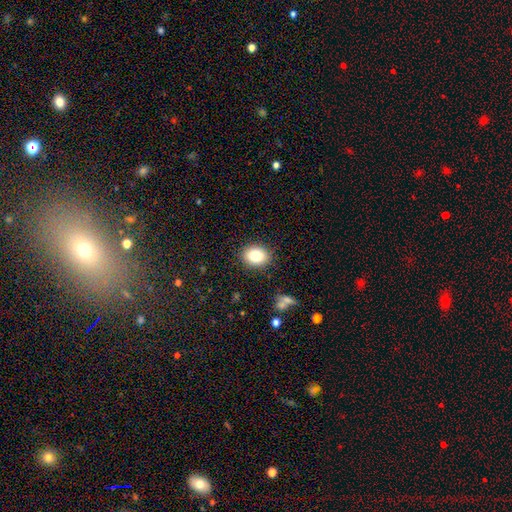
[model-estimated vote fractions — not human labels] Smooth or featured? smooth (83%)
How rounded? in between (53%)
Merging? none (87%)